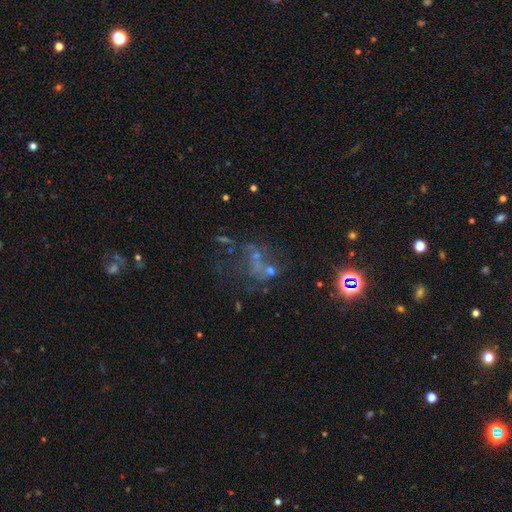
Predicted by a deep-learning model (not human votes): smooth_or_featured: featured or disk (p=0.40) [alt: star or artifact p=0.37]
merging: none (p=0.36) [alt: major disturbance p=0.28]